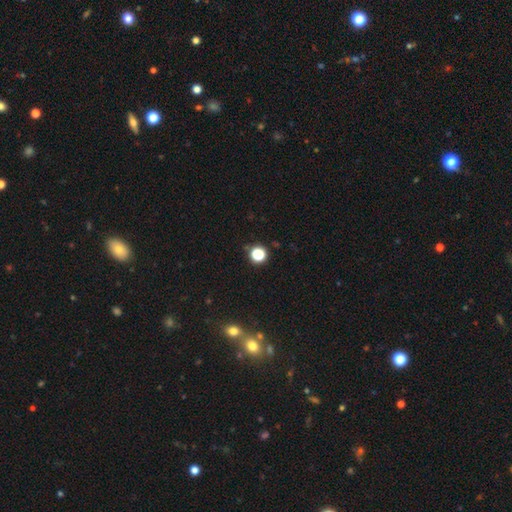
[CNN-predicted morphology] A smooth galaxy with no disk features (66%) that is round (91%).

Vote fractions:
- Smooth or featured? smooth: 66% / star or artifact: 29% / featured or disk: 5%
- How rounded? round: 91% / in between: 8% / cigar-shaped: 1%
- Merging? none: 84% / minor disturbance: 8% / merger: 4% / major disturbance: 4%